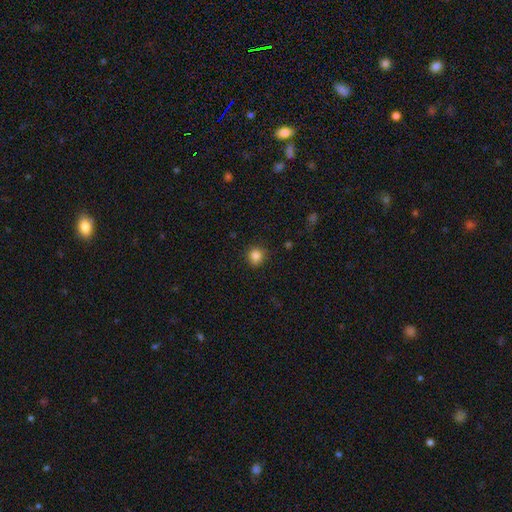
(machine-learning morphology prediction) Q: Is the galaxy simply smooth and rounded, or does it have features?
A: smooth — 85%.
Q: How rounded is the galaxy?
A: round — 89%.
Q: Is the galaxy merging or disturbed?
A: none — 87%.